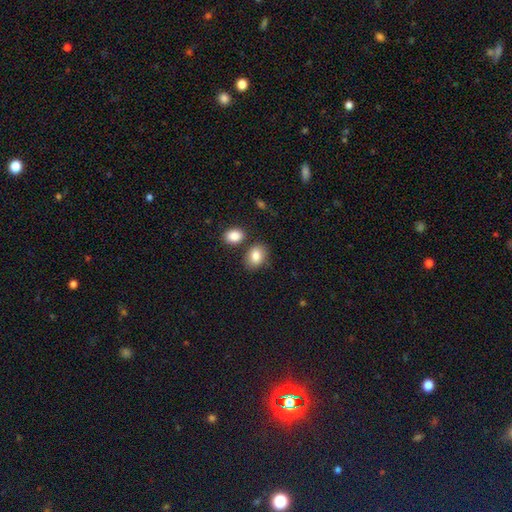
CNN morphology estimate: Smooth or featured: smooth — 84% (star or artifact — 8%)
How rounded: in between — 74% (round — 25%)
Merging: none — 72% (minor disturbance — 12%)